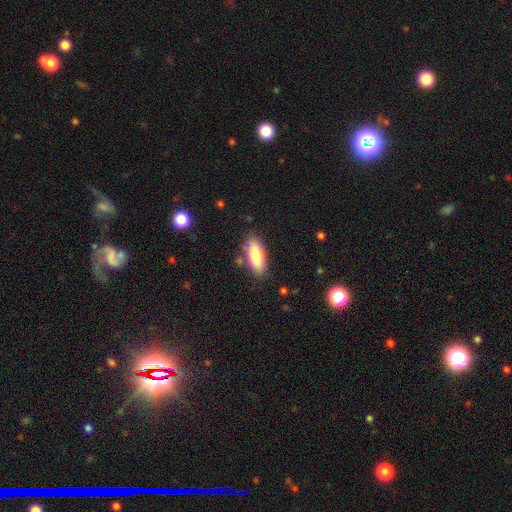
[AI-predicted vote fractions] smooth-or-featured: smooth: 81% | featured or disk: 12% | star or artifact: 6%
  how-rounded: in between: 78% | cigar-shaped: 20% | round: 2%
  merging: none: 76% | minor disturbance: 16% | merger: 4% | major disturbance: 4%